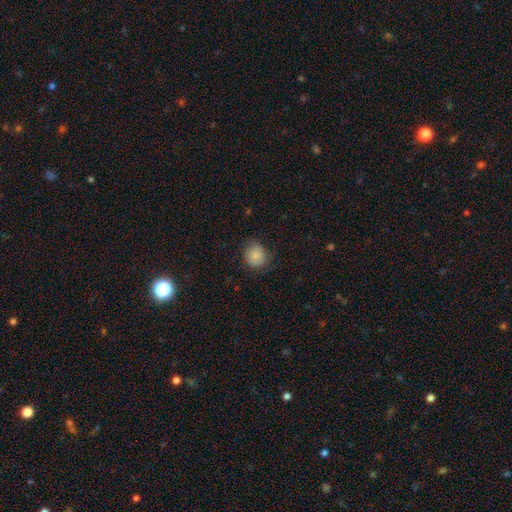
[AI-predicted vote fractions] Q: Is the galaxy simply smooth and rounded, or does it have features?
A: smooth — 85%.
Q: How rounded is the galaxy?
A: round — 80%.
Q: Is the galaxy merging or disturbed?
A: none — 73%.